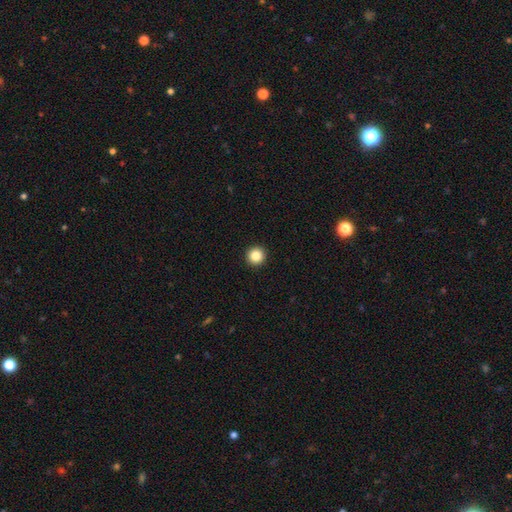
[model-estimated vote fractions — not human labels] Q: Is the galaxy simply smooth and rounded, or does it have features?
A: smooth — 85%.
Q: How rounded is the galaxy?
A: round — 96%.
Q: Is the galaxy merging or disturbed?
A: none — 94%.